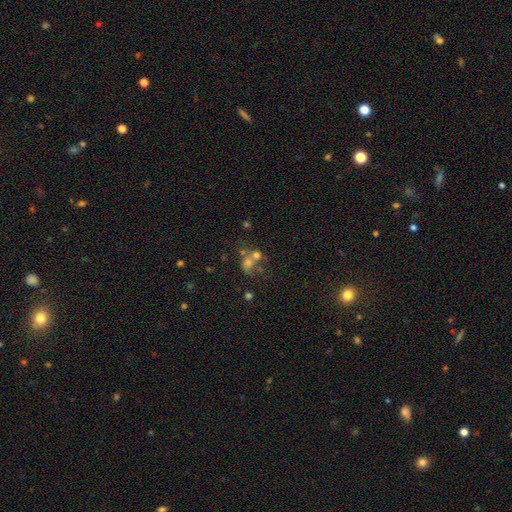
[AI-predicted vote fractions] Smooth or featured?
  - smooth: 53% *
  - featured or disk: 28%
  - star or artifact: 19%
How rounded?
  - round: 63% *
  - in between: 36%
  - cigar-shaped: 1%
Merging?
  - merger: 54% *
  - none: 26%
  - major disturbance: 11%
  - minor disturbance: 9%